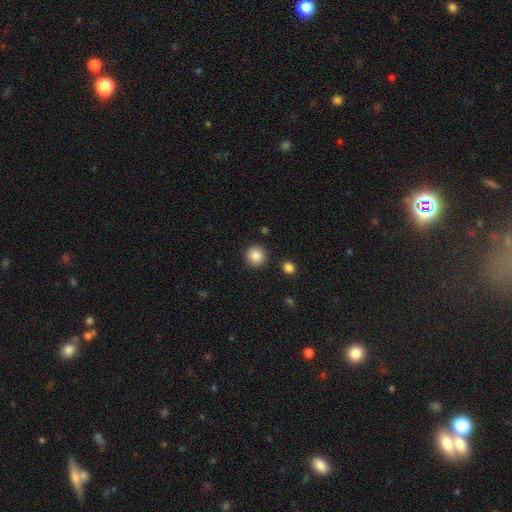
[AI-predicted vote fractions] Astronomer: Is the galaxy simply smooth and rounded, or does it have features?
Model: smooth — 87%.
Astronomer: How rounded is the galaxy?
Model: round — 94%.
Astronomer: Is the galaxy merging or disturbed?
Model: none — 90%.